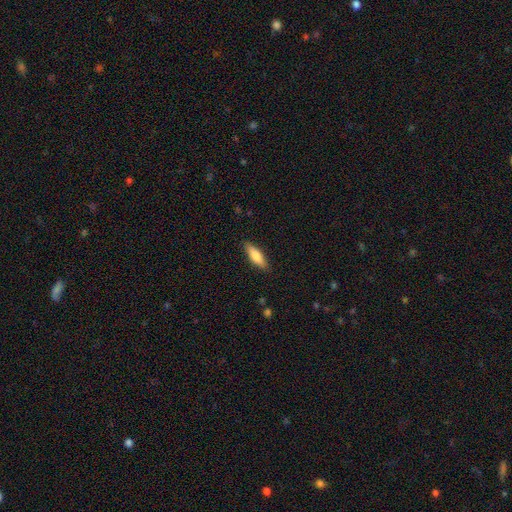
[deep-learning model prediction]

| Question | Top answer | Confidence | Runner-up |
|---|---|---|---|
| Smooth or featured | smooth | 76% | featured or disk (18%) |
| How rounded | in between | 50% | cigar-shaped (48%) |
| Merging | none | 87% | minor disturbance (10%) |